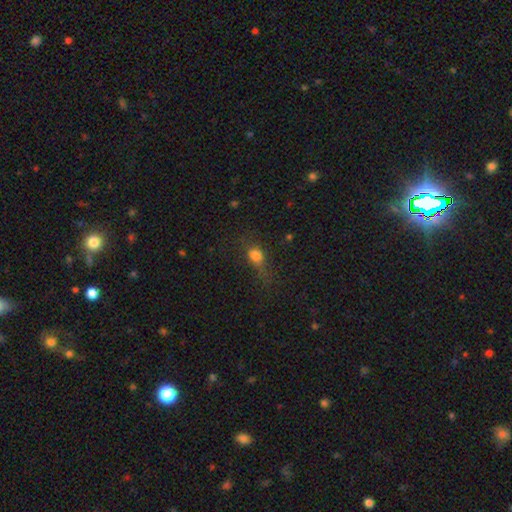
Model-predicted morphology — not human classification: Smooth or featured?
  - smooth: 72% *
  - star or artifact: 16%
  - featured or disk: 13%
How rounded?
  - in between: 54% *
  - round: 38%
  - cigar-shaped: 8%
Merging?
  - none: 43% *
  - major disturbance: 27%
  - minor disturbance: 26%
  - merger: 4%